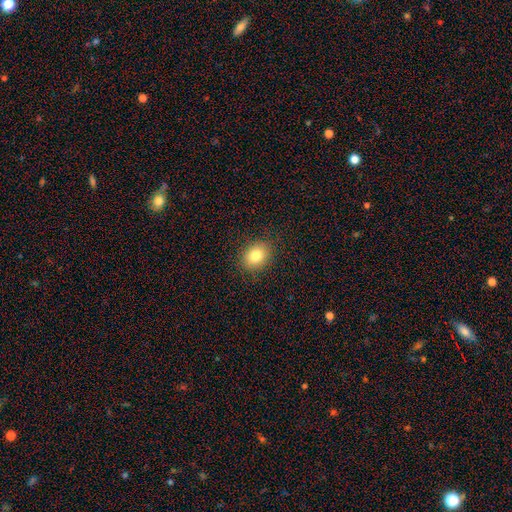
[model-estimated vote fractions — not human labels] Smooth or featured? Predicted: smooth (p=0.81). How rounded? Predicted: in between (p=0.55). Merging? Predicted: none (p=0.88).